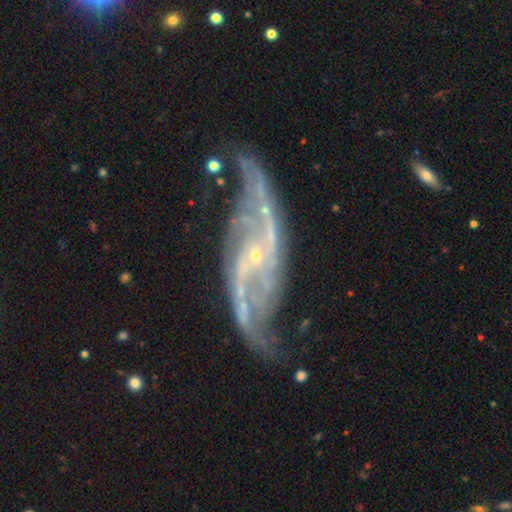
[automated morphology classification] Smooth or featured?
  - featured or disk: 90% *
  - star or artifact: 6%
  - smooth: 3%
Edge-on disk?
  - no: 93% *
  - yes: 7%
Bar?
  - no: 51% *
  - weak: 32%
  - strong: 18%
Spiral arms?
  - yes: 97% *
  - no: 3%
Spiral winding?
  - loose: 53% *
  - medium: 35%
  - tight: 12%
Spiral arm count?
  - 2: 76% *
  - can't tell: 7%
  - 3: 7%
  - 4: 4%
  - 1: 3%
  - more than 4: 3%
Bulge size?
  - small: 85% *
  - moderate: 9%
  - none: 3%
  - large: 1%
  - dominant: 1%
Merging?
  - none: 64% *
  - minor disturbance: 20%
  - major disturbance: 12%
  - merger: 4%